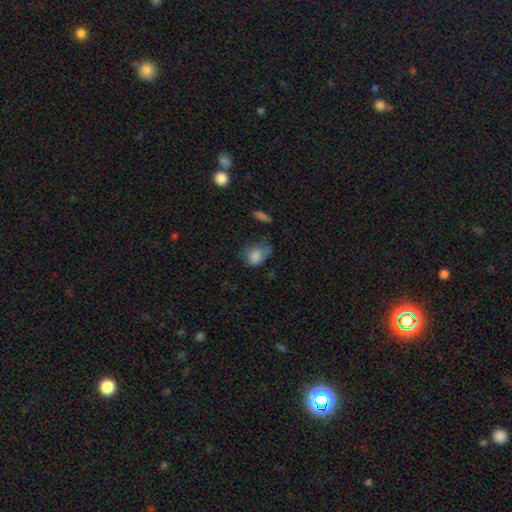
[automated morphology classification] Q: Smooth or featured?
A: smooth (76%); runner-up: featured or disk (14%)
Q: How rounded?
A: in between (66%); runner-up: round (33%)
Q: Merging?
A: minor disturbance (34%); runner-up: none (33%)